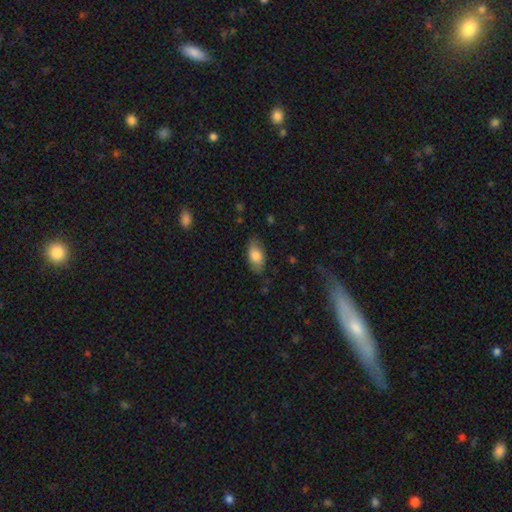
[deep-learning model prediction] A smooth galaxy with no disk features (80%) that is in between round and cigar-shaped (91%).

Vote fractions:
- Smooth or featured? smooth: 80% / featured or disk: 14% / star or artifact: 7%
- How rounded? in between: 91% / cigar-shaped: 5% / round: 4%
- Merging? none: 79% / minor disturbance: 16% / major disturbance: 4% / merger: 1%